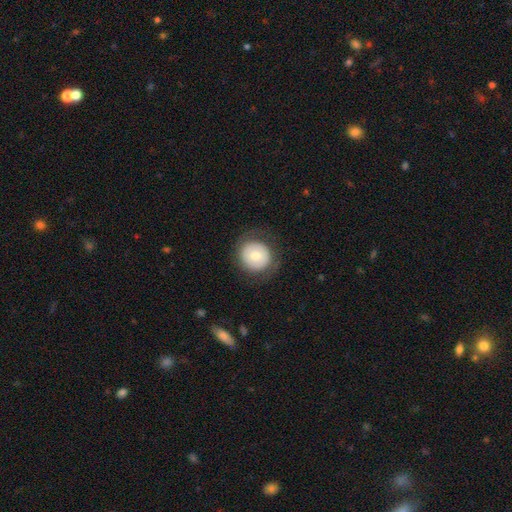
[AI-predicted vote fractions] smooth 65%, featured or disk 28%, star or artifact 7%. Down the decision tree: how rounded — round (91%); merging — none (81%).